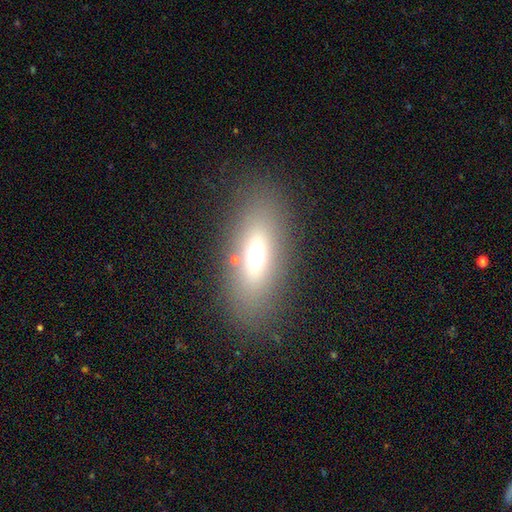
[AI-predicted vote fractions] smooth-or-featured: smooth: 61% | featured or disk: 25% | star or artifact: 14%
  how-rounded: in between: 74% | cigar-shaped: 20% | round: 7%
  merging: none: 82% | minor disturbance: 9% | major disturbance: 6% | merger: 3%